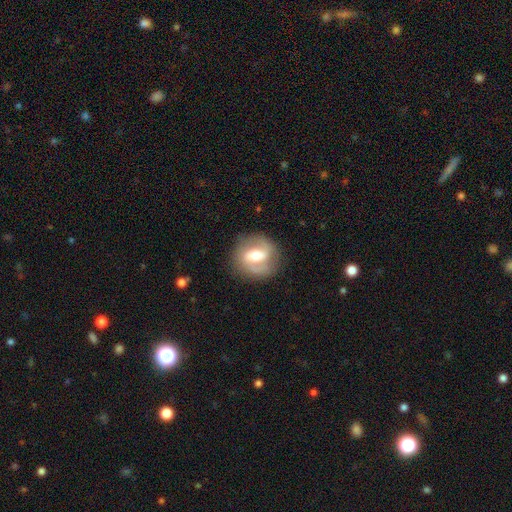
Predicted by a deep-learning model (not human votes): smooth_or_featured: featured or disk (p=0.68) [alt: smooth p=0.25]
disk_edge_on: no (p=0.95) [alt: yes p=0.05]
bar: weak (p=0.45) [alt: strong p=0.37]
has_spiral_arms: yes (p=0.79) [alt: no p=0.21]
spiral_winding: medium (p=0.47) [alt: tight p=0.27]
spiral_arm_count: 2 (p=0.83) [alt: can't tell p=0.08]
bulge_size: moderate (p=0.66) [alt: small p=0.20]
merging: none (p=0.81) [alt: minor disturbance p=0.12]